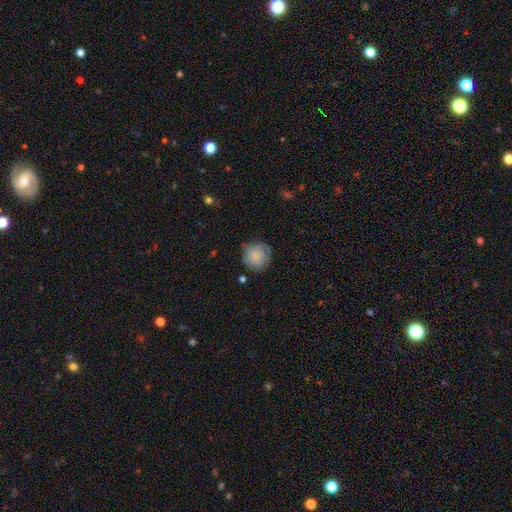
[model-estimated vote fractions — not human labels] smooth_or_featured: smooth (p=0.80) [alt: featured or disk p=0.13]
how_rounded: round (p=0.92) [alt: in between p=0.07]
merging: none (p=0.76) [alt: minor disturbance p=0.18]